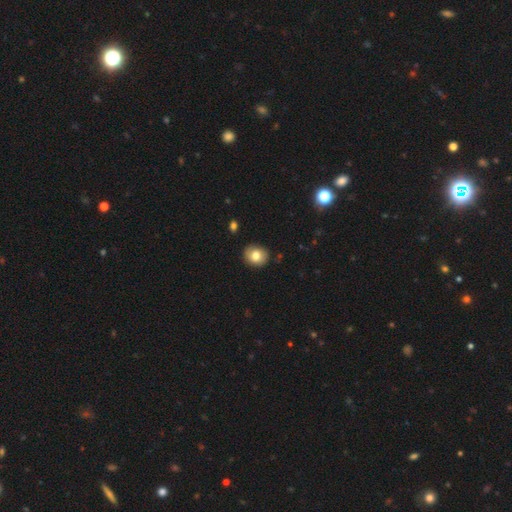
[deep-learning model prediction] The model was most divided on "how rounded": round: 65%, in between: 34%, cigar-shaped: 1%. More confident: merging — none (87%); smooth or featured — smooth (80%).